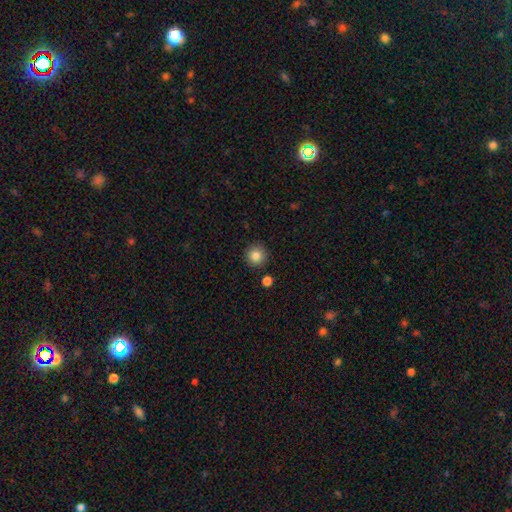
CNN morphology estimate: type=smooth (85%); roundness=round (95%); merging=none (90%).